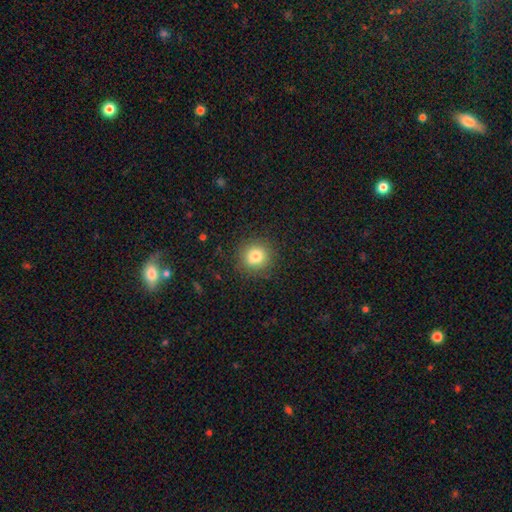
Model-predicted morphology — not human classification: The model was most divided on "smooth or featured": smooth: 80%, star or artifact: 12%, featured or disk: 8%. More confident: how rounded — round (91%); merging — none (87%).